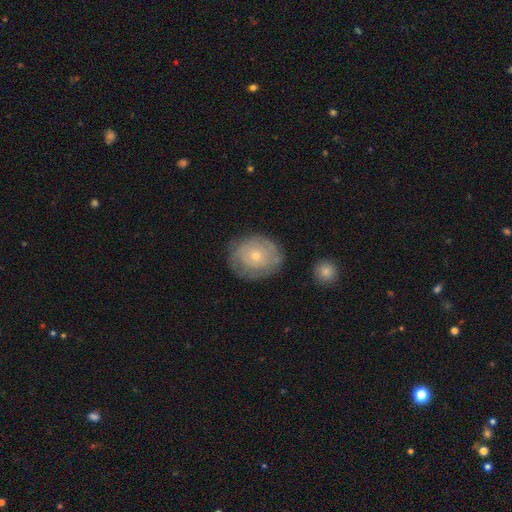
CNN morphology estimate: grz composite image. It shows a featured or disk galaxy (57%) with no bar (87%), spiral arms (67%) and a small central bulge (69%). Merging: none (76%).